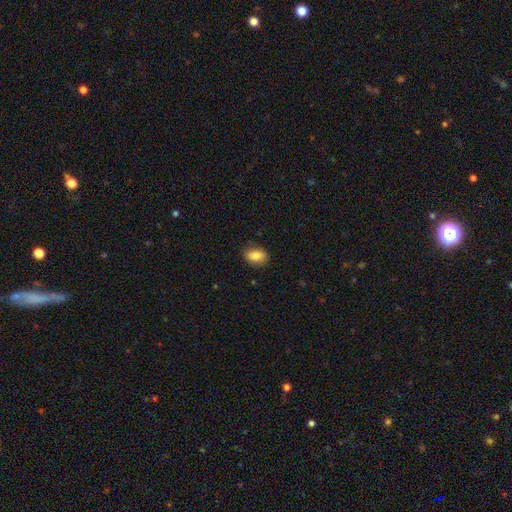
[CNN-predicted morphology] A smooth galaxy with no disk features (83%) that is in between round and cigar-shaped (80%).

Vote fractions:
- Smooth or featured? smooth: 83% / featured or disk: 9% / star or artifact: 8%
- How rounded? in between: 80% / round: 18% / cigar-shaped: 2%
- Merging? none: 84% / minor disturbance: 13% / major disturbance: 3% / merger: 1%